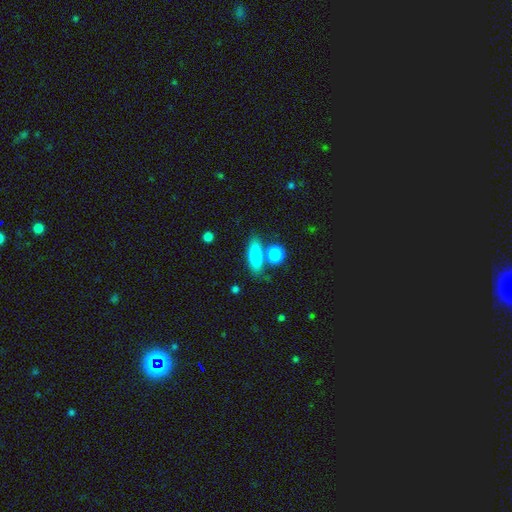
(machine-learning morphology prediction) Smooth or featured? smooth (83%)
How rounded? in between (52%)
Merging? none (64%)